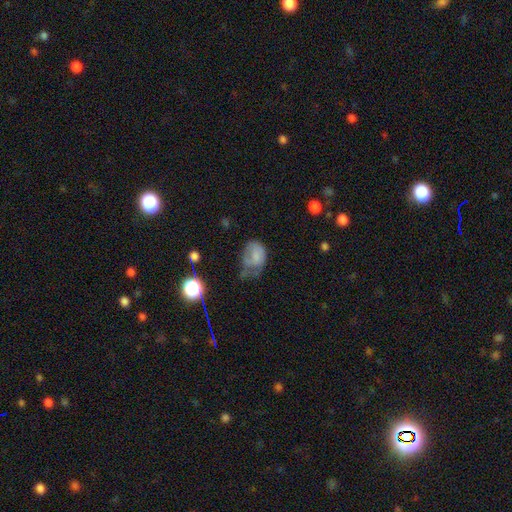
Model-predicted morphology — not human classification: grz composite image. It shows a smooth galaxy with no disk features (66%) that is in between round and cigar-shaped (70%). Merging: major disturbance (40%).